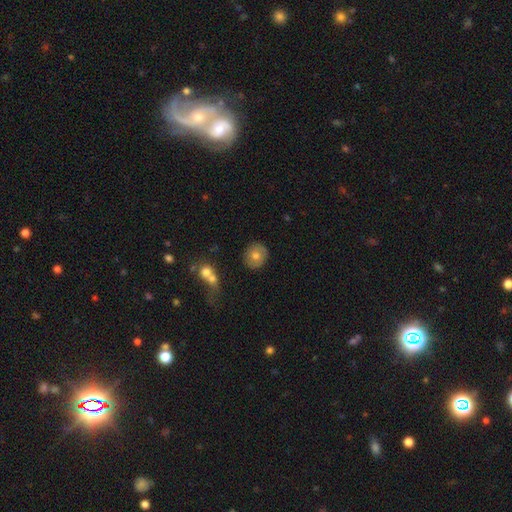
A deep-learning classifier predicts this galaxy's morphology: smooth_or_featured: smooth (p=0.72) [alt: featured or disk p=0.19]
how_rounded: round (p=0.86) [alt: in between p=0.13]
merging: none (p=0.85) [alt: minor disturbance p=0.09]